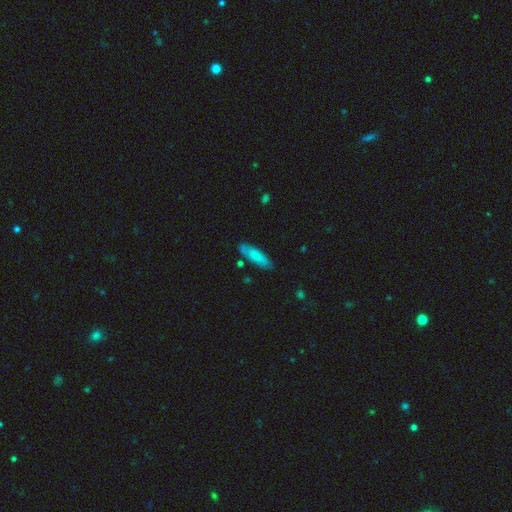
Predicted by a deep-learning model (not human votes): smooth-or-featured: smooth: 77% | featured or disk: 18% | star or artifact: 6%
  how-rounded: cigar-shaped: 54% | in between: 44% | round: 2%
  merging: none: 80% | minor disturbance: 15% | major disturbance: 3% | merger: 3%